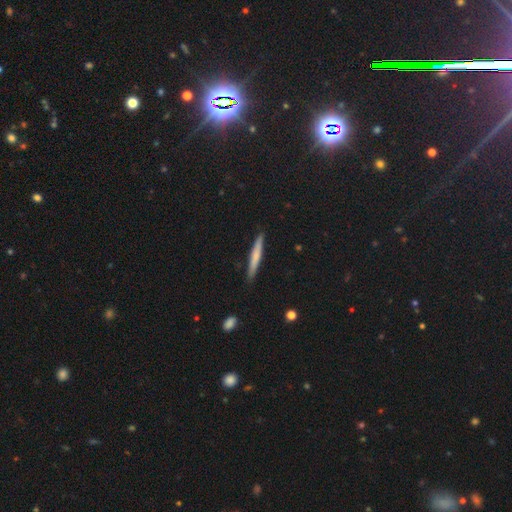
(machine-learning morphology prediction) This is likely a smooth galaxy (63%). How rounded: clearly cigar-shaped (95%). Merging: clearly none (89%).